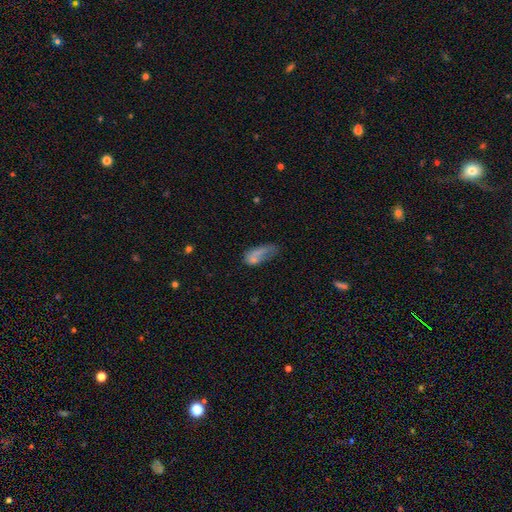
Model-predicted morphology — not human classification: A smooth galaxy with no disk features (64%) that is in between round and cigar-shaped (77%).

Vote fractions:
- Smooth or featured? smooth: 64% / featured or disk: 25% / star or artifact: 11%
- How rounded? in between: 77% / cigar-shaped: 18% / round: 5%
- Merging? major disturbance: 38% / none: 26% / minor disturbance: 24% / merger: 12%